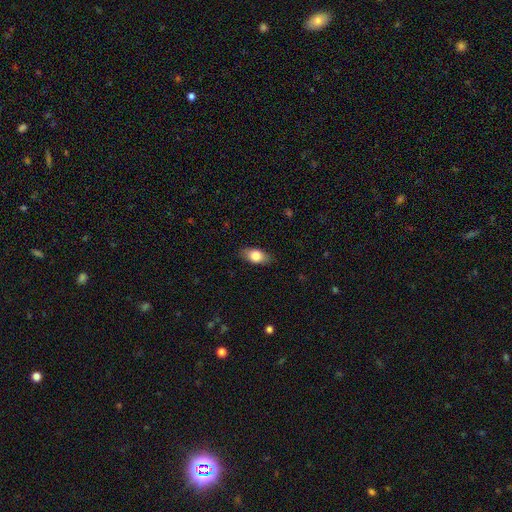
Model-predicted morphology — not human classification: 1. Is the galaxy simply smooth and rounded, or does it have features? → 78% smooth, 15% featured or disk, 7% star or artifact.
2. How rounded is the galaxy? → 87% in between, 7% round, 6% cigar-shaped.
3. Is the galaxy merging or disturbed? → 85% none, 11% minor disturbance, 3% major disturbance, 1% merger.